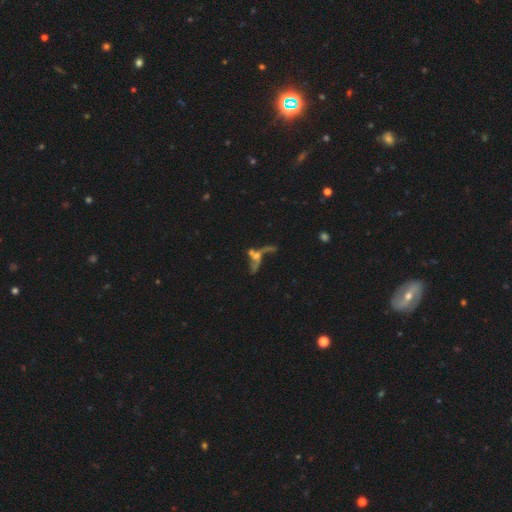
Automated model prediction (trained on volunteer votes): Overall: featured or disk (59%; smooth 25%). Edge-on disk: no (85%). Merging: merger (46%; major disturbance 24%).